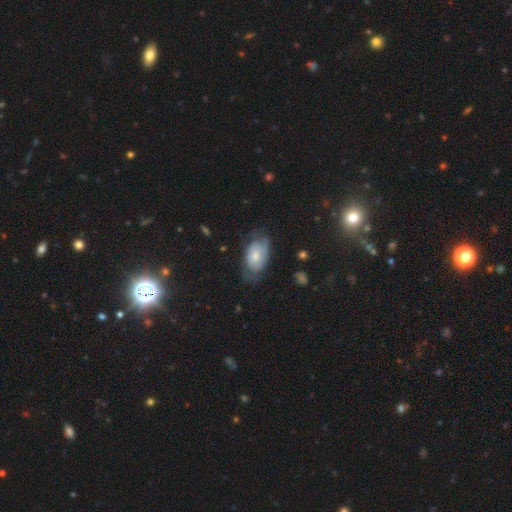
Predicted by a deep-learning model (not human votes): Morphology: type=smooth (52%); roundness=in between (91%); merging=none (51%).